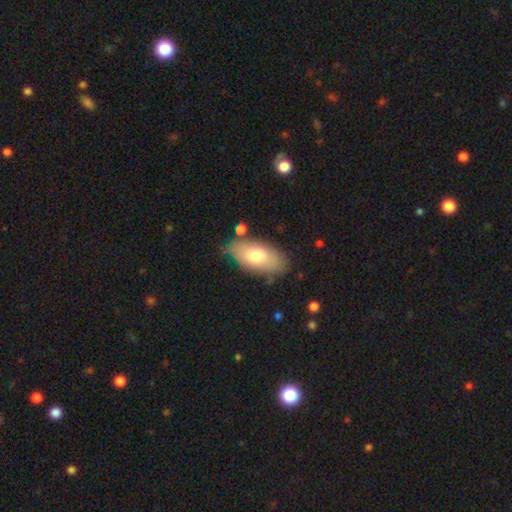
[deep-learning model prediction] smooth_or_featured: smooth (p=0.71) [alt: featured or disk p=0.23]
how_rounded: in between (p=0.90) [alt: cigar-shaped p=0.06]
merging: none (p=0.73) [alt: minor disturbance p=0.18]